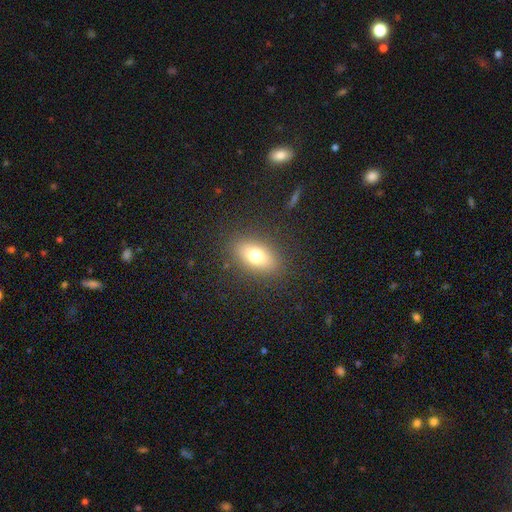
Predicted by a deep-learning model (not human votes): This appears to be a smooth galaxy with no disk features (72%) that is in between round and cigar-shaped (82%). Merging: none (86%).